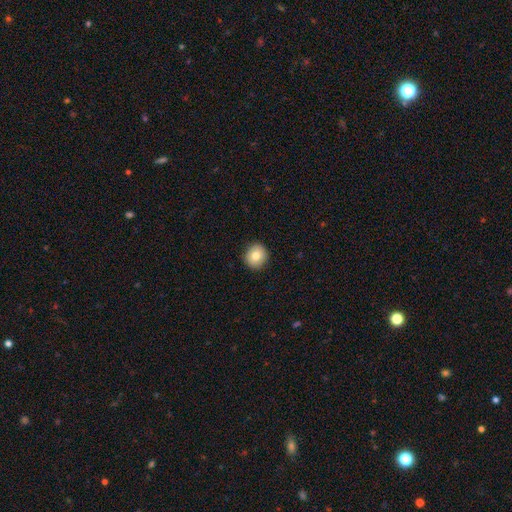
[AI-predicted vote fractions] Q: Smooth or featured?
A: smooth (79%); runner-up: featured or disk (12%)
Q: How rounded?
A: round (87%); runner-up: in between (12%)
Q: Merging?
A: none (91%); runner-up: minor disturbance (6%)